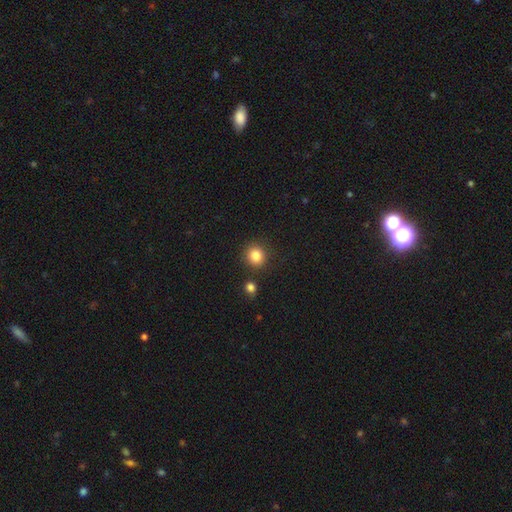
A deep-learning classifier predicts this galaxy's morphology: This appears to be a smooth galaxy with no disk features (84%) that is round (87%). Merging: none (85%).